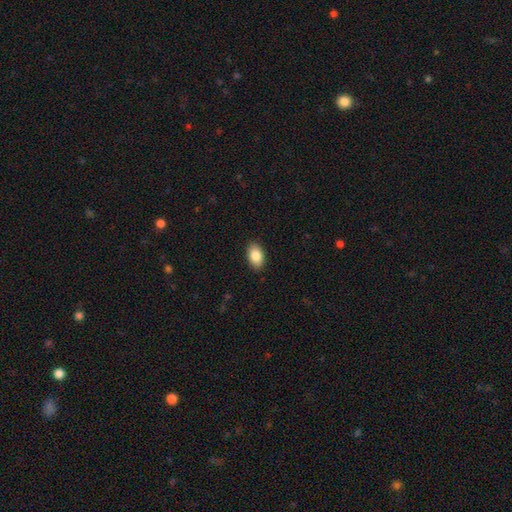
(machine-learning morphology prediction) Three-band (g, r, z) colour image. It shows a smooth galaxy with no disk features (86%) that is in between round and cigar-shaped (92%). Merging: none (90%).